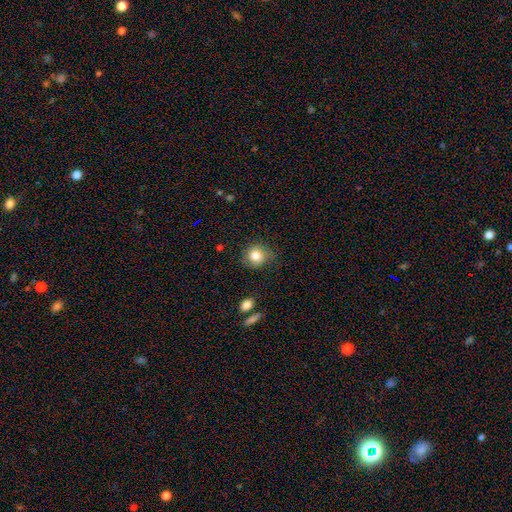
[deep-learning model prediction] Morphology: type=smooth (82%); roundness=round (83%); merging=none (75%).